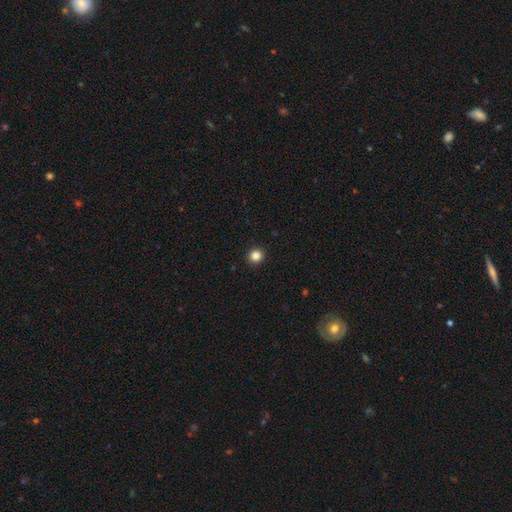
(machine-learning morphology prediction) Smooth or featured: smooth — 85% (star or artifact — 12%)
How rounded: round — 94% (in between — 5%)
Merging: none — 94% (minor disturbance — 4%)